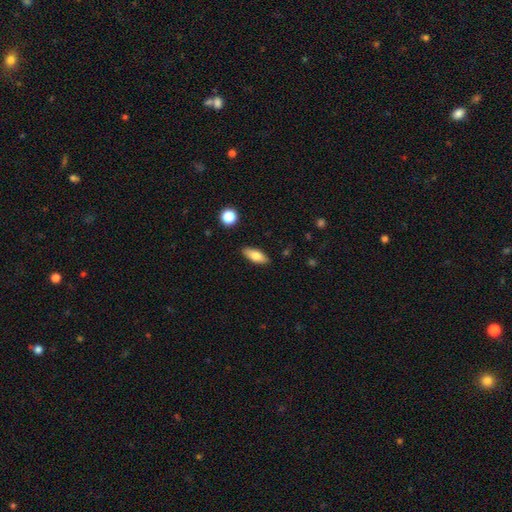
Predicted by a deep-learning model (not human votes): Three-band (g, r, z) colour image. It shows a smooth galaxy with no disk features (77%) that is in between round and cigar-shaped (74%). Merging: none (86%).